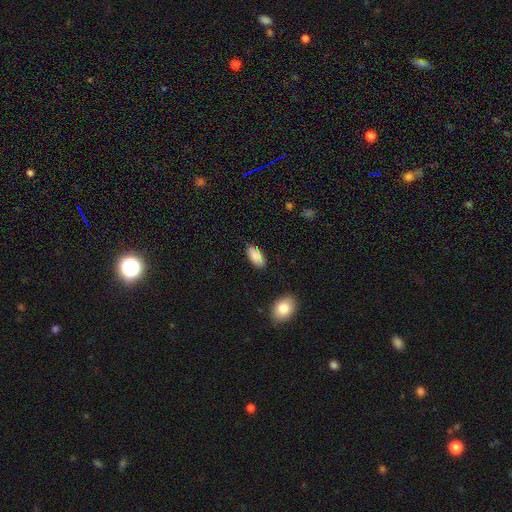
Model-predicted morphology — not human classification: The model was most divided on "merging": none: 83%, minor disturbance: 13%, major disturbance: 2%, merger: 2%. More confident: how rounded — in between (93%); smooth or featured — smooth (87%).